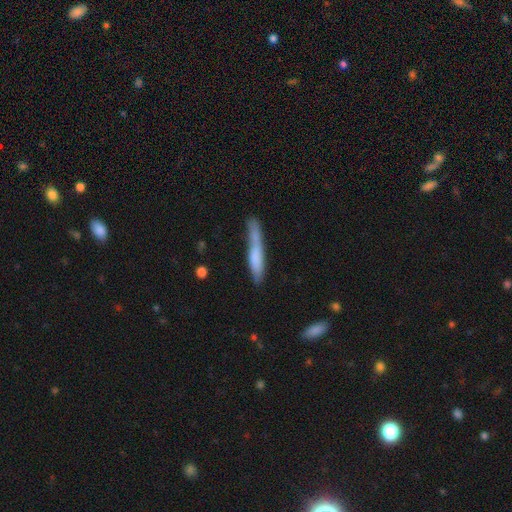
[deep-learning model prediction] This is likely a smooth galaxy (65%). How rounded: clearly cigar-shaped (92%). Merging: possibly none (53%).